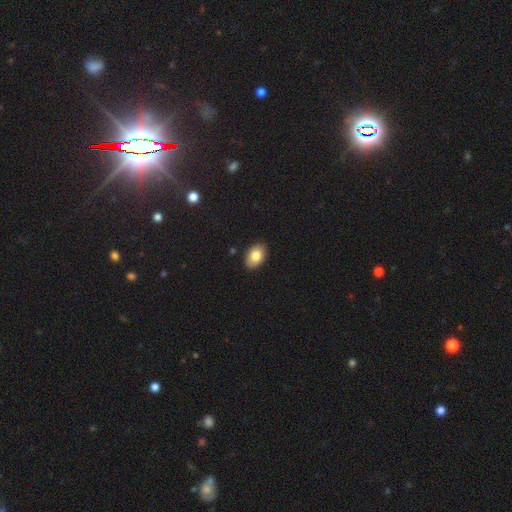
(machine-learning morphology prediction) This appears to be a smooth galaxy with no disk features (83%) that is in between round and cigar-shaped (88%). Merging: none (89%).